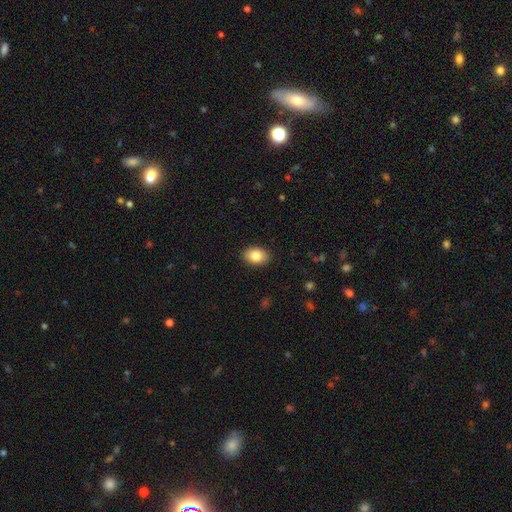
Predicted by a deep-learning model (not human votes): Smooth or featured?
  - smooth: 83% *
  - featured or disk: 9%
  - star or artifact: 7%
How rounded?
  - in between: 82% *
  - round: 17%
  - cigar-shaped: 1%
Merging?
  - none: 89% *
  - minor disturbance: 8%
  - major disturbance: 2%
  - merger: 1%